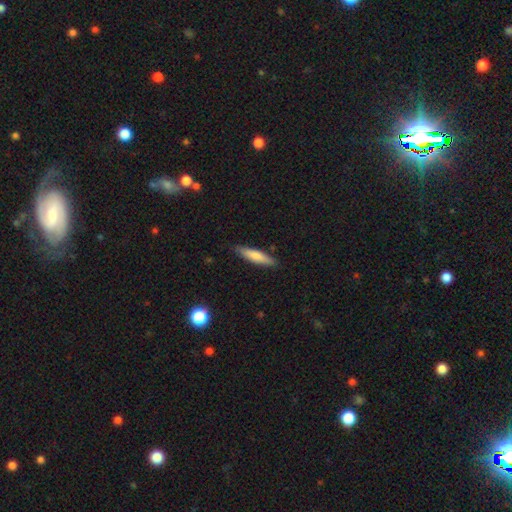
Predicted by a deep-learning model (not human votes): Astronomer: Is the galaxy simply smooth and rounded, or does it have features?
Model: smooth — 74%.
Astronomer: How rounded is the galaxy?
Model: cigar-shaped — 83%.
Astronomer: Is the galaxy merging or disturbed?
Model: none — 86%.